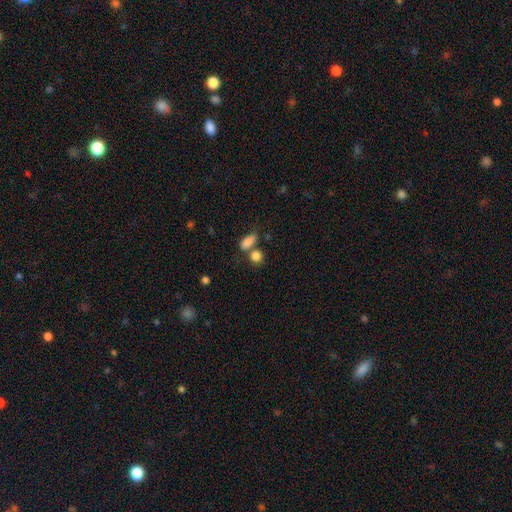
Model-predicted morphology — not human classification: This appears to be a smooth galaxy with no disk features (83%) that is round (56%). Merging: none (51%).